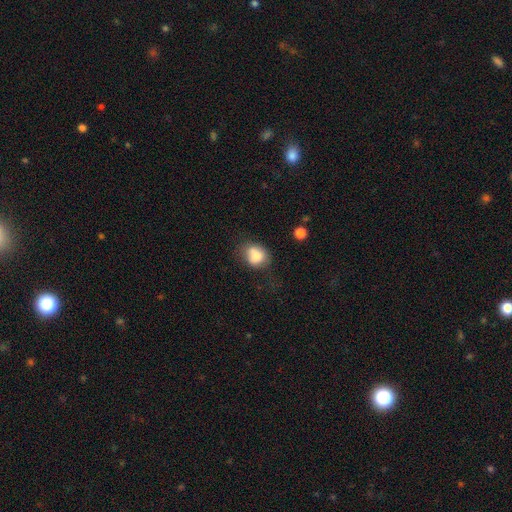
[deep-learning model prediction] smooth_or_featured: smooth (p=0.78) [alt: featured or disk p=0.13]
how_rounded: round (p=0.53) [alt: in between p=0.45]
merging: none (p=0.47) [alt: minor disturbance p=0.27]